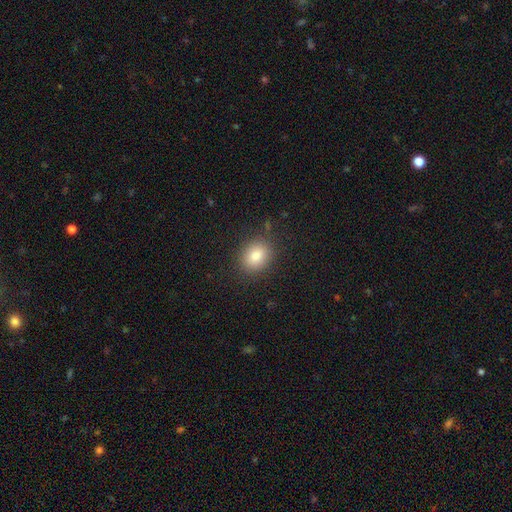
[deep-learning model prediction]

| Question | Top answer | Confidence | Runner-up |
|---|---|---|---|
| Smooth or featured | smooth | 83% | star or artifact (10%) |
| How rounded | in between | 52% | round (47%) |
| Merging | none | 86% | minor disturbance (10%) |